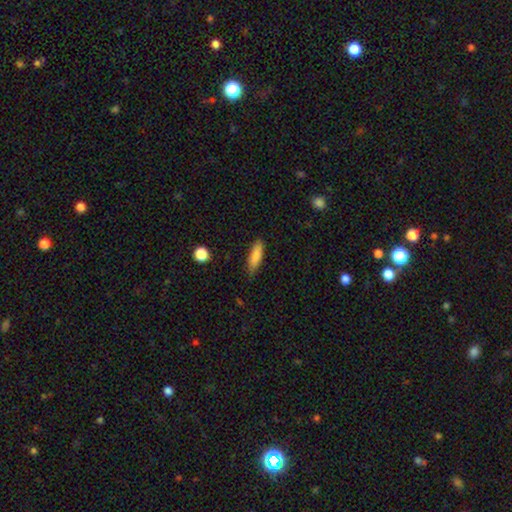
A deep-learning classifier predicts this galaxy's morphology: type=smooth (84%); roundness=cigar-shaped (52%); merging=none (78%).